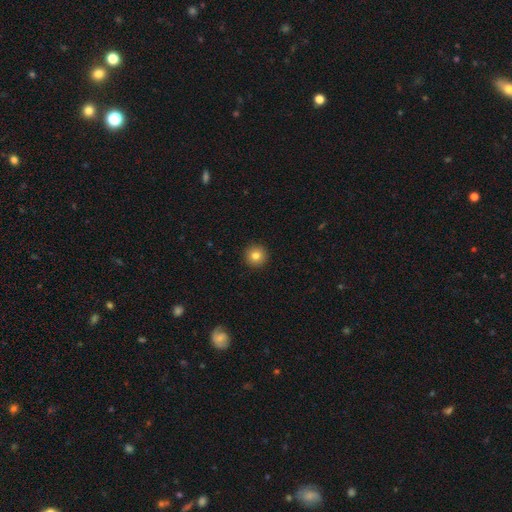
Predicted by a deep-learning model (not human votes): This appears to be a smooth galaxy with no disk features (81%) that is round (96%). Merging: none (93%).